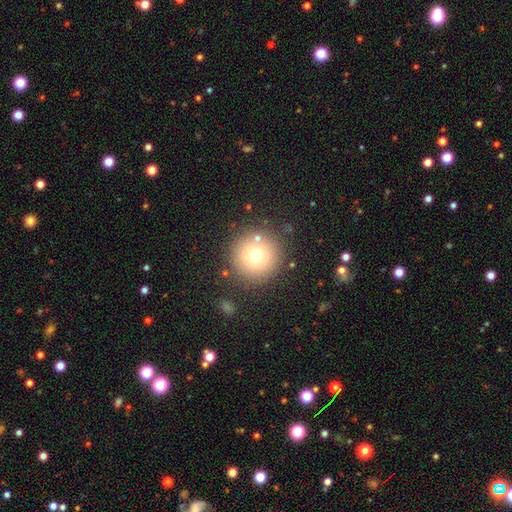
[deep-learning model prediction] This is likely a smooth galaxy (71%). How rounded: clearly round (95%). Merging: clearly none (84%).